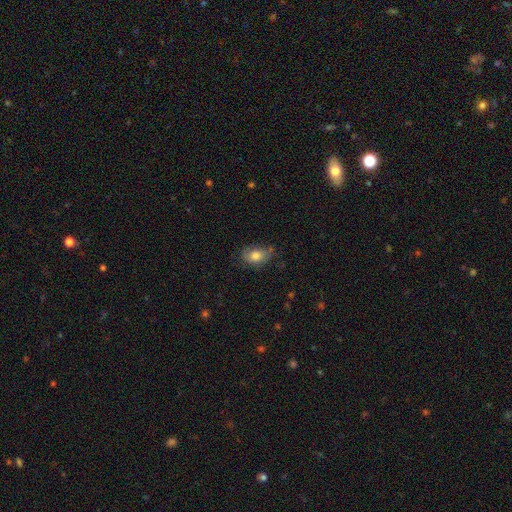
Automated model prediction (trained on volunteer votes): A smooth galaxy with no disk features (78%) that is in between round and cigar-shaped (80%). Merging: none (63%).